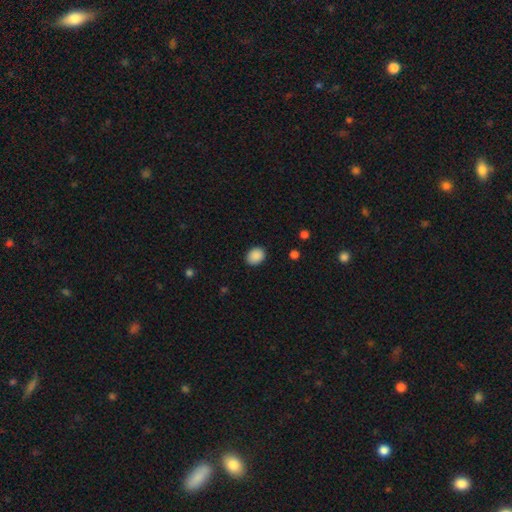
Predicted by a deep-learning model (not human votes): smooth_or_featured: smooth (p=0.89) [alt: star or artifact p=0.08]
how_rounded: in between (p=0.57) [alt: round p=0.42]
merging: none (p=0.88) [alt: minor disturbance p=0.09]